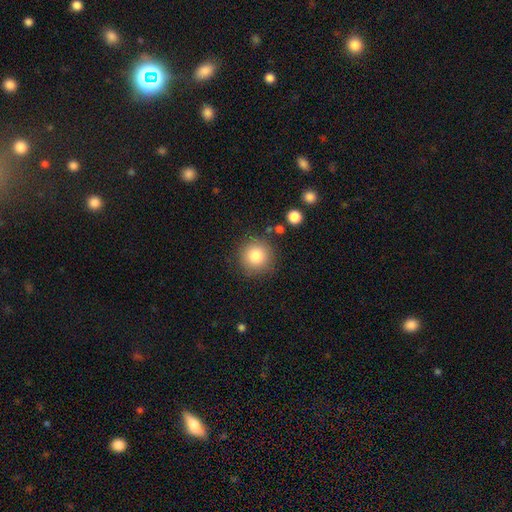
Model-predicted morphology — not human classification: Smooth or featured? smooth (83%)
How rounded? round (94%)
Merging? none (85%)